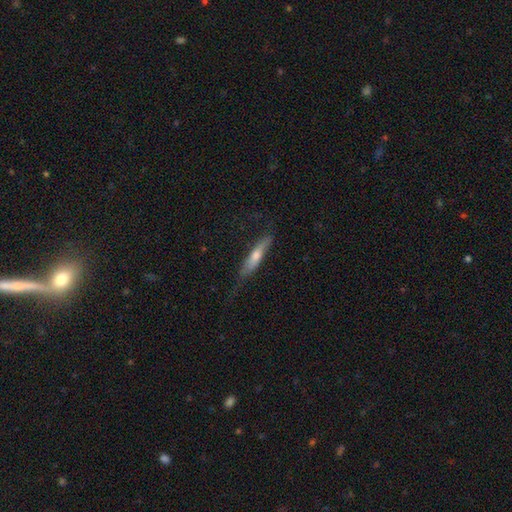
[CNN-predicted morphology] Smooth or featured?
  - featured or disk: 52% *
  - smooth: 41%
  - star or artifact: 7%
Edge-on disk?
  - yes: 85% *
  - no: 15%
Merging?
  - none: 70% *
  - minor disturbance: 22%
  - major disturbance: 7%
  - merger: 1%